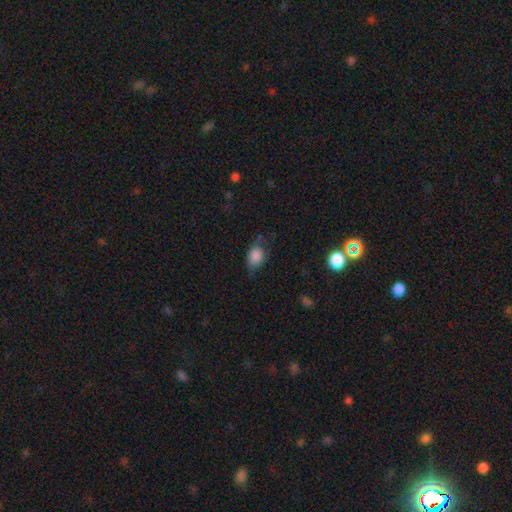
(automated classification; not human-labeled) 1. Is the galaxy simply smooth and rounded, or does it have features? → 77% smooth, 13% featured or disk, 9% star or artifact.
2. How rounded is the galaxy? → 70% in between, 28% round, 2% cigar-shaped.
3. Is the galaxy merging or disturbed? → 51% none, 33% minor disturbance, 15% major disturbance, 2% merger.